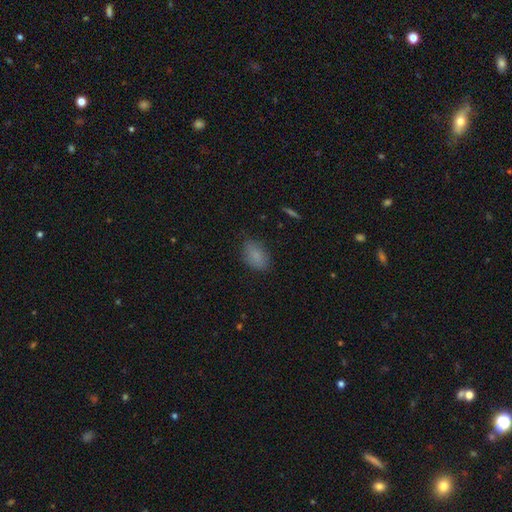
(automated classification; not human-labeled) A smooth galaxy with no disk features (83%) that is in between round and cigar-shaped (88%).

Vote fractions:
- Smooth or featured? smooth: 83% / star or artifact: 9% / featured or disk: 7%
- How rounded? in between: 88% / round: 10% / cigar-shaped: 2%
- Merging? none: 79% / minor disturbance: 17% / major disturbance: 4% / merger: 1%